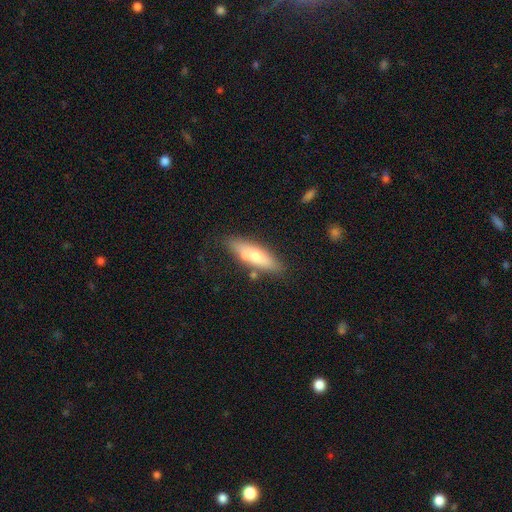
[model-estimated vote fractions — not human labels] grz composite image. It shows a smooth galaxy with no disk features (62%) that is cigar-shaped (61%). Merging: none (72%).